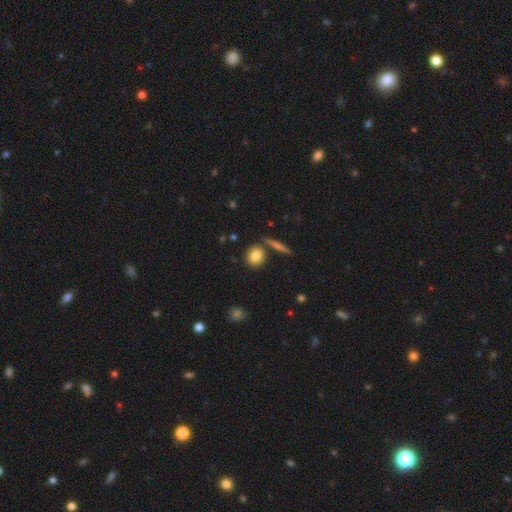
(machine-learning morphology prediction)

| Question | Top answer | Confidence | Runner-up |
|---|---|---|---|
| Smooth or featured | smooth | 83% | featured or disk (9%) |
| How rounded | round | 61% | in between (35%) |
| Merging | none | 78% | merger (10%) |